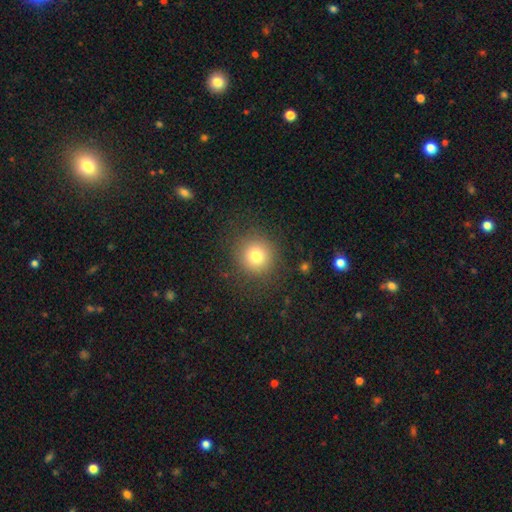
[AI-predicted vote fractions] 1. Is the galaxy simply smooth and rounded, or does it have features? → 77% smooth, 13% star or artifact, 9% featured or disk.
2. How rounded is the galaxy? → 92% round, 7% in between, 1% cigar-shaped.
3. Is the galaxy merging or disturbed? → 86% none, 8% minor disturbance, 5% major disturbance, 1% merger.